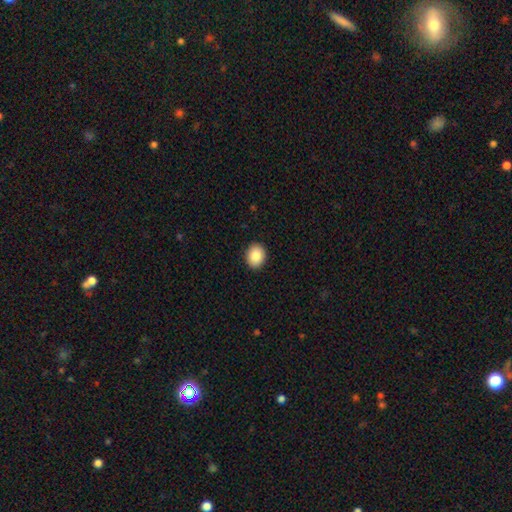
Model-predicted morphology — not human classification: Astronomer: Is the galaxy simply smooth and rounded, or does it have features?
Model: smooth — 88%.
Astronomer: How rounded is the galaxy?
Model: round — 52% (runner-up: in between, 47%).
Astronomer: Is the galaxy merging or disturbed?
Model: none — 91%.